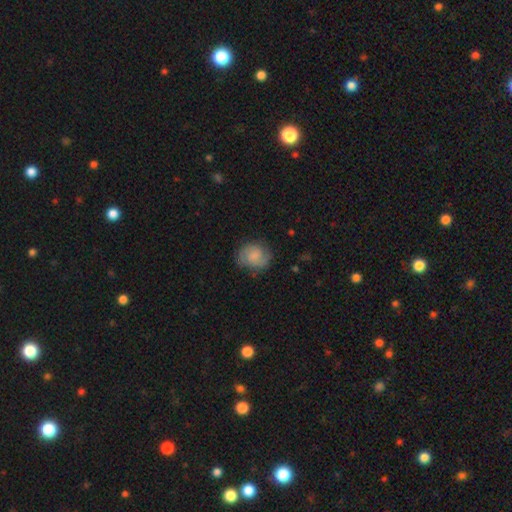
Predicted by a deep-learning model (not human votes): smooth 50%, featured or disk 41%, star or artifact 8%. Down the decision tree: how rounded — round (66%); merging — none (72%).